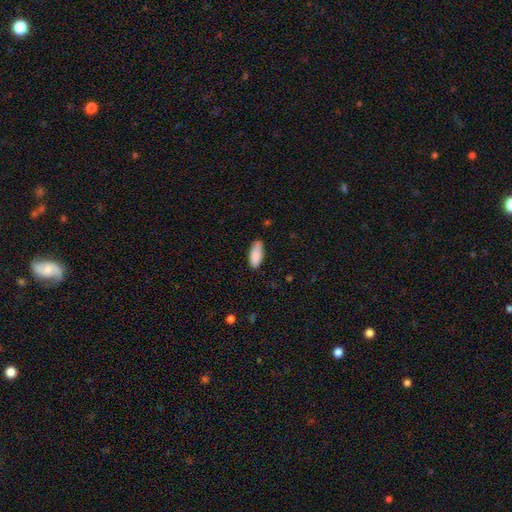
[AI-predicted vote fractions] smooth 88%, star or artifact 7%, featured or disk 5%. Down the decision tree: how rounded — in between (79%); merging — none (74%).